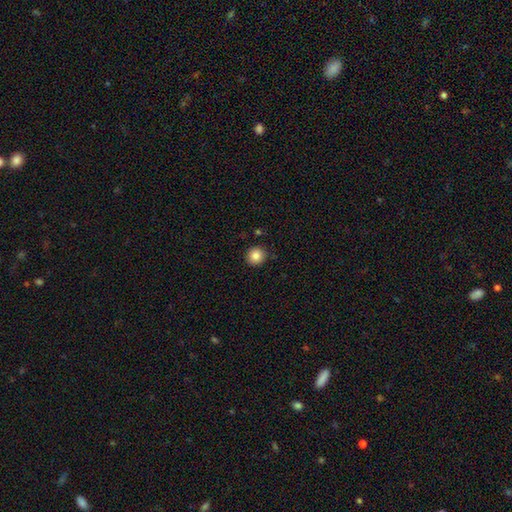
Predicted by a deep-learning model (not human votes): This appears to be a smooth galaxy with no disk features (85%) that is round (92%). Merging: none (89%).